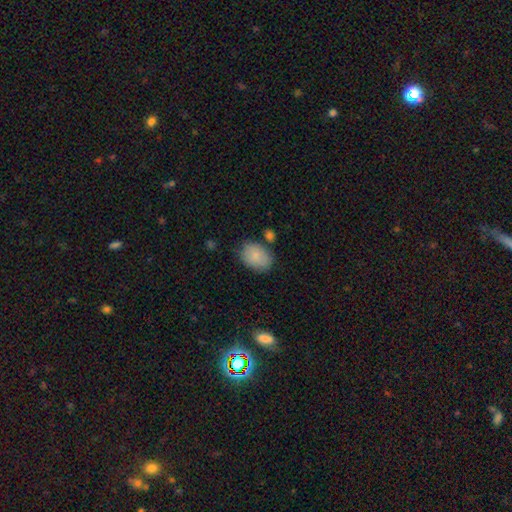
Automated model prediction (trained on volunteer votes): Smooth or featured: smooth — 85% (featured or disk — 8%)
How rounded: in between — 79% (round — 20%)
Merging: none — 72% (minor disturbance — 18%)